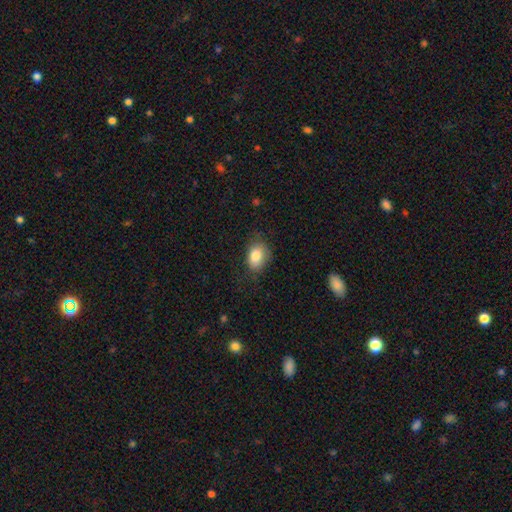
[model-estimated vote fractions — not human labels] Overall: smooth (83%). How rounded: in between (81%). Merging: none (70%).